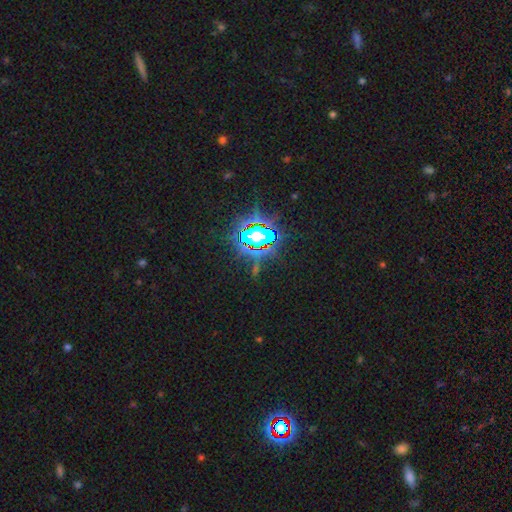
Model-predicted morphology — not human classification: Q: Smooth or featured?
A: star or artifact (85%); runner-up: smooth (9%)